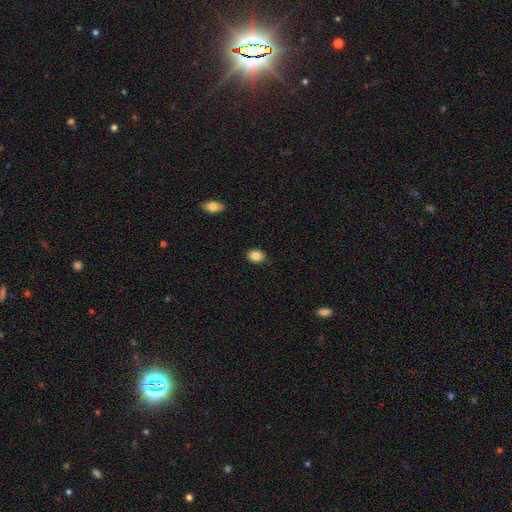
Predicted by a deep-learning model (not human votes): Smooth or featured? smooth (85%)
How rounded? in between (63%)
Merging? none (89%)